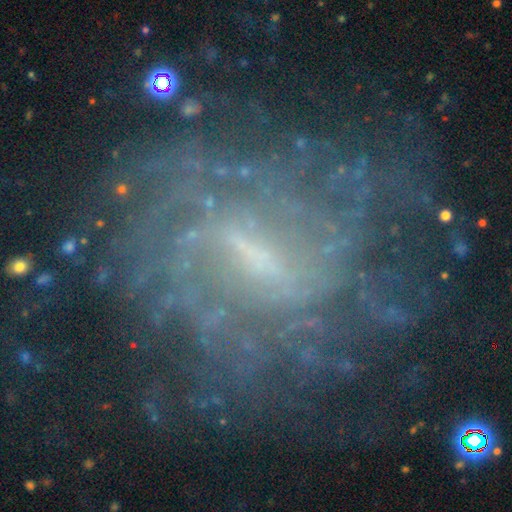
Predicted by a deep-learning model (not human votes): smooth_or_featured: featured or disk (p=0.82) [alt: star or artifact p=0.10]
disk_edge_on: no (p=0.96) [alt: yes p=0.04]
bar: weak (p=0.50) [alt: strong p=0.33]
has_spiral_arms: yes (p=0.85) [alt: no p=0.15]
spiral_winding: tight (p=0.57) [alt: medium p=0.30]
spiral_arm_count: can't tell (p=0.53) [alt: more than 4 p=0.12]
bulge_size: small (p=0.49) [alt: moderate p=0.27]
merging: none (p=0.66) [alt: minor disturbance p=0.17]